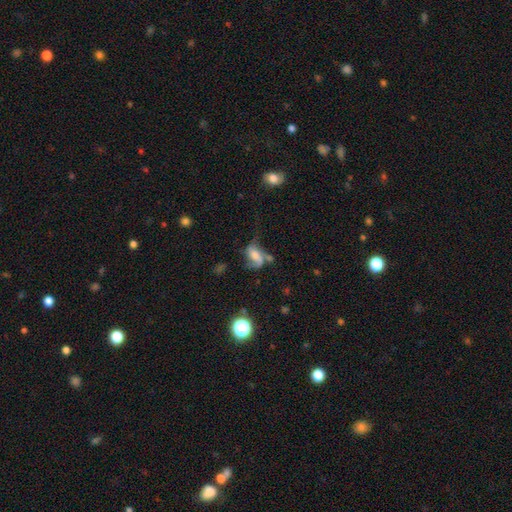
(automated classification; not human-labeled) Smooth or featured?
  - featured or disk: 54% *
  - smooth: 33%
  - star or artifact: 13%
Edge-on disk?
  - no: 95% *
  - yes: 5%
Bar?
  - no: 49% *
  - weak: 35%
  - strong: 16%
Spiral arms?
  - yes: 76% *
  - no: 24%
Bulge size?
  - moderate: 38% *
  - small: 28%
  - none: 17%
  - large: 14%
  - dominant: 3%
Merging?
  - major disturbance: 32% *
  - none: 31%
  - minor disturbance: 22%
  - merger: 15%